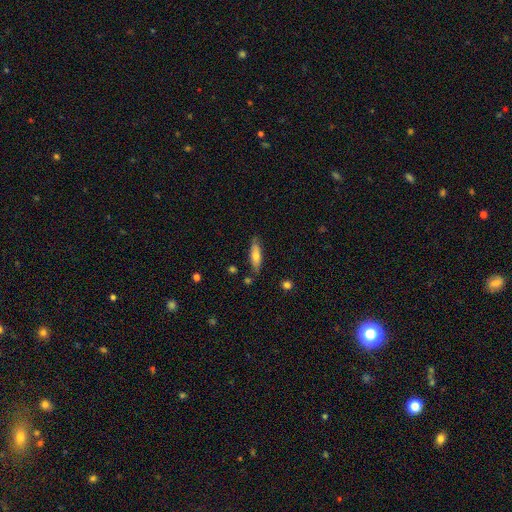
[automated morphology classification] Smooth or featured? smooth (63%)
How rounded? cigar-shaped (52%)
Merging? none (77%)